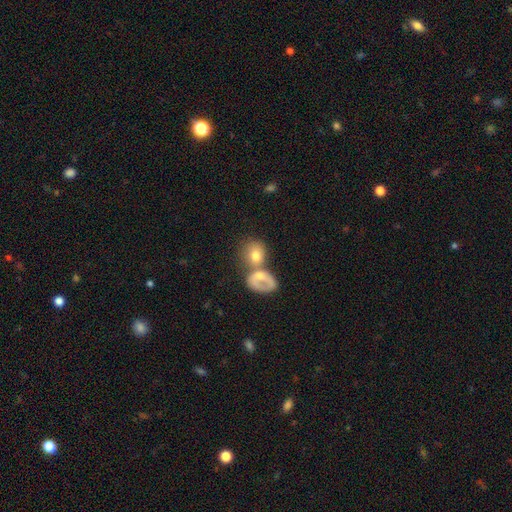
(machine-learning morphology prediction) Q: Smooth or featured?
A: smooth (61%); runner-up: featured or disk (29%)
Q: How rounded?
A: round (60%); runner-up: in between (39%)
Q: Merging?
A: merger (55%); runner-up: none (30%)